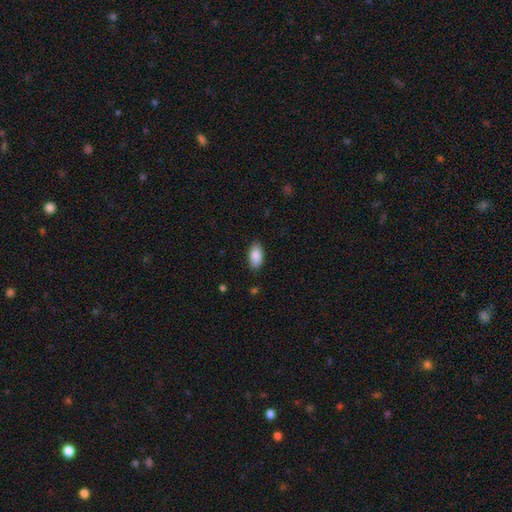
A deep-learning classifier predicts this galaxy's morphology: A smooth galaxy with no disk features (89%) that is in between round and cigar-shaped (93%).

Vote fractions:
- Smooth or featured? smooth: 89% / star or artifact: 6% / featured or disk: 5%
- How rounded? in between: 93% / cigar-shaped: 4% / round: 3%
- Merging? none: 87% / minor disturbance: 10% / major disturbance: 2% / merger: 1%